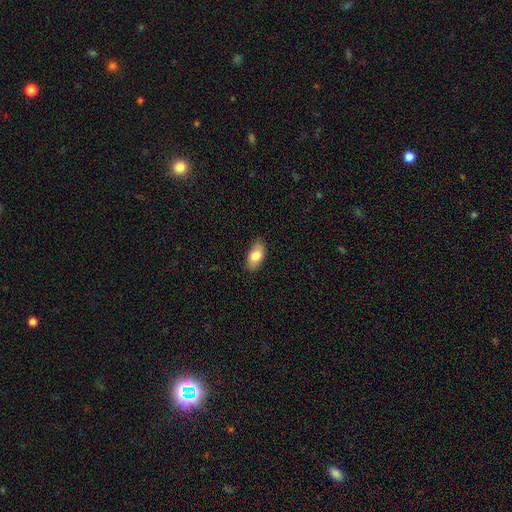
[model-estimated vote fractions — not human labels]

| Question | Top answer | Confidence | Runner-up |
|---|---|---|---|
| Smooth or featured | smooth | 79% | featured or disk (15%) |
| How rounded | in between | 91% | cigar-shaped (5%) |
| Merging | none | 86% | minor disturbance (11%) |